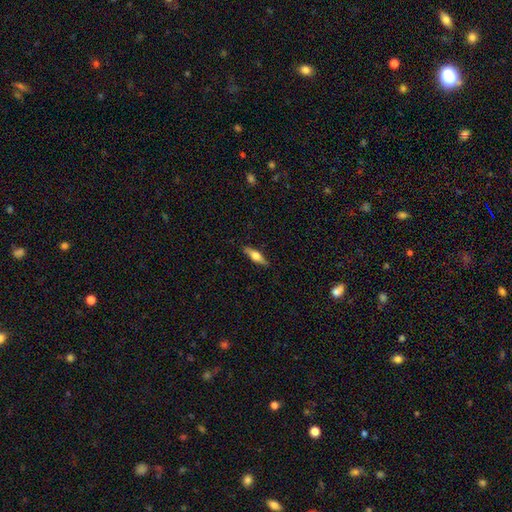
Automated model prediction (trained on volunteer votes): Overall: featured or disk (48%; smooth 46%). Merging: none (87%).